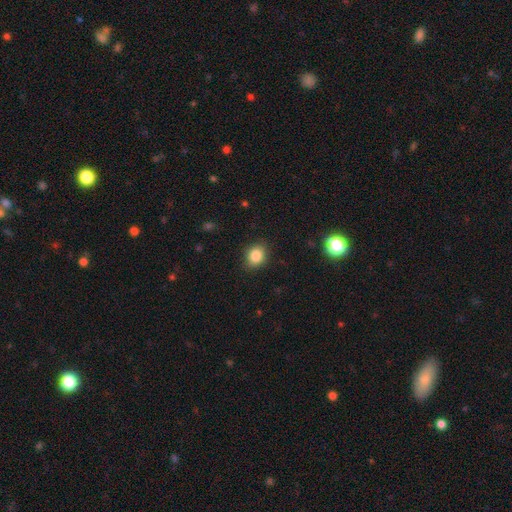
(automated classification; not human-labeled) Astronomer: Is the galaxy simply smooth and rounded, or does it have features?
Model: smooth — 85%.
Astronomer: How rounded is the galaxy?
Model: round — 63%.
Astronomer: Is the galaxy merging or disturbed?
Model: none — 85%.